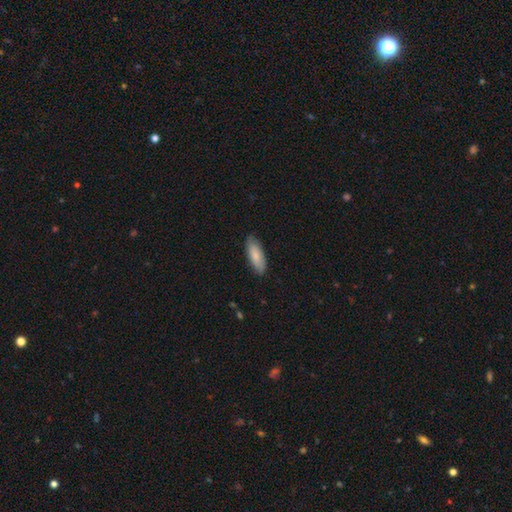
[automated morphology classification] This appears to be a smooth galaxy with no disk features (82%) that is in between round and cigar-shaped (70%). Merging: none (84%).